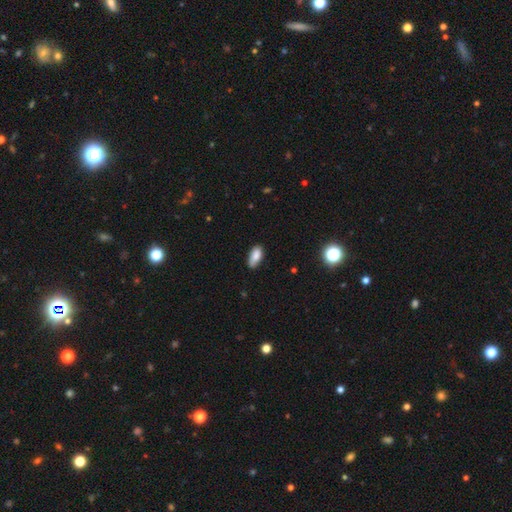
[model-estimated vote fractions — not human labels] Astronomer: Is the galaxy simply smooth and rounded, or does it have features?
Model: smooth — 83%.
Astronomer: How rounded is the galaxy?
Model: in between — 88%.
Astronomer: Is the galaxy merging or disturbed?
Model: none — 66%.